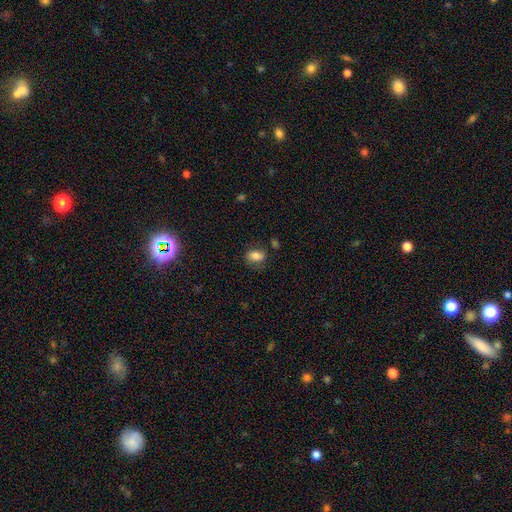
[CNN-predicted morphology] type=smooth (78%); roundness=in between (77%); merging=none (69%).